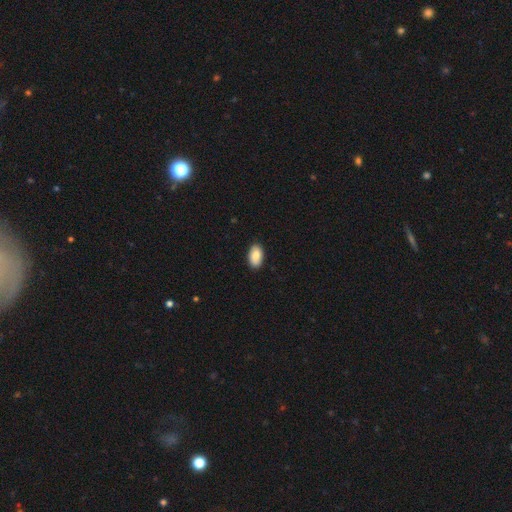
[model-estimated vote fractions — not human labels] Smooth or featured?
  - smooth: 86% *
  - featured or disk: 8%
  - star or artifact: 6%
How rounded?
  - in between: 94% *
  - round: 5%
  - cigar-shaped: 1%
Merging?
  - none: 89% *
  - minor disturbance: 8%
  - major disturbance: 2%
  - merger: 1%